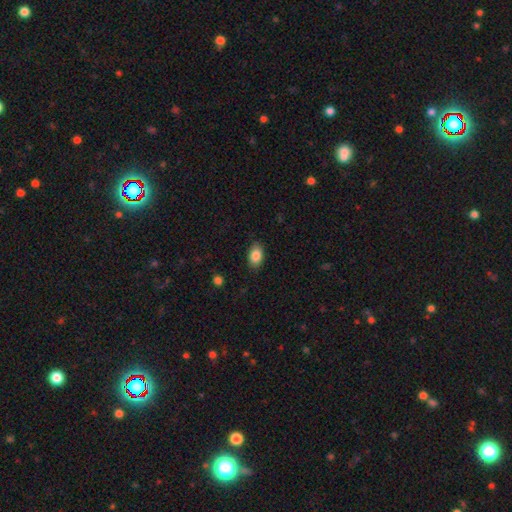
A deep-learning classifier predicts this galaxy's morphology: A smooth galaxy with no disk features (86%) that is in between round and cigar-shaped (89%).

Vote fractions:
- Smooth or featured? smooth: 86% / star or artifact: 8% / featured or disk: 7%
- How rounded? in between: 89% / round: 10% / cigar-shaped: 2%
- Merging? none: 86% / minor disturbance: 10% / major disturbance: 2% / merger: 1%